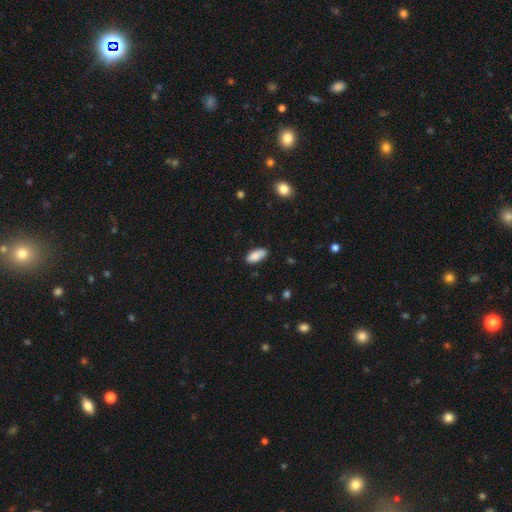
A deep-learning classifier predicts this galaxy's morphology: A smooth galaxy with no disk features (88%) that is in between round and cigar-shaped (91%).

Vote fractions:
- Smooth or featured? smooth: 88% / star or artifact: 7% / featured or disk: 5%
- How rounded? in between: 91% / cigar-shaped: 6% / round: 2%
- Merging? none: 81% / minor disturbance: 15% / major disturbance: 3% / merger: 1%